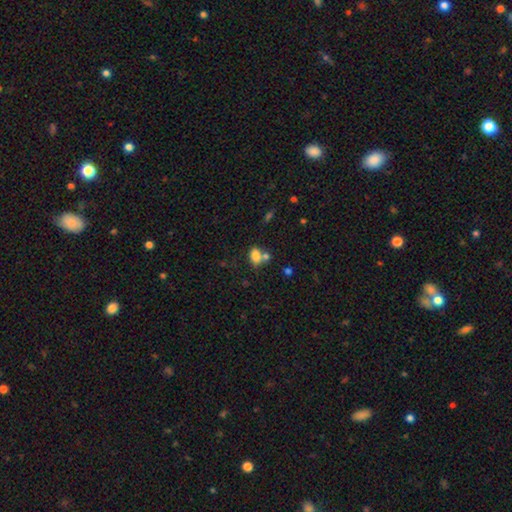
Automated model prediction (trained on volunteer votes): Q: Smooth or featured?
A: smooth (79%); runner-up: star or artifact (11%)
Q: How rounded?
A: in between (81%); runner-up: round (17%)
Q: Merging?
A: none (44%); runner-up: merger (38%)